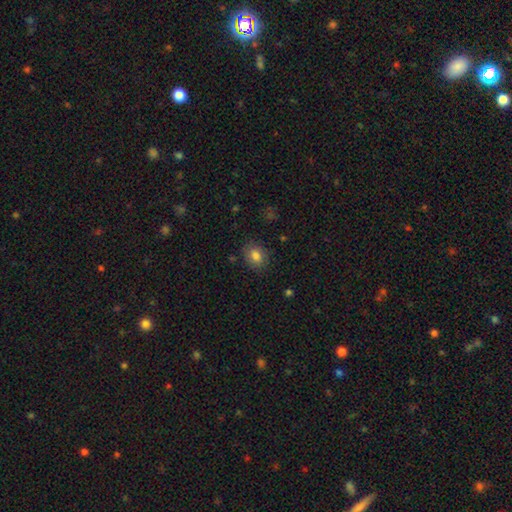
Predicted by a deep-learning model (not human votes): smooth-or-featured: smooth: 81% | star or artifact: 9% | featured or disk: 9%
  how-rounded: in between: 57% | round: 42% | cigar-shaped: 1%
  merging: none: 82% | minor disturbance: 13% | major disturbance: 4% | merger: 1%